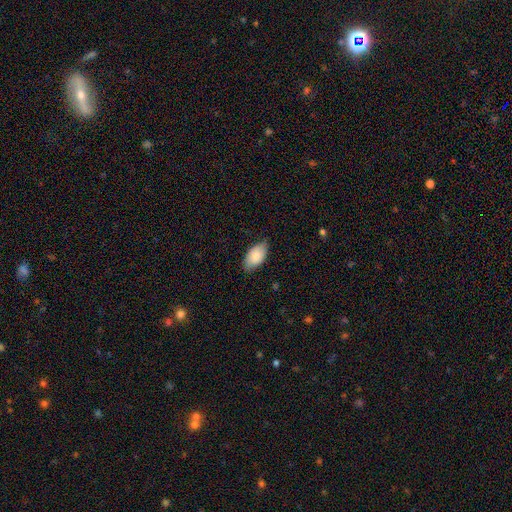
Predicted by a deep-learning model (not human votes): smooth 81%, featured or disk 13%, star or artifact 6%. Down the decision tree: how rounded — in between (95%); merging — none (78%).